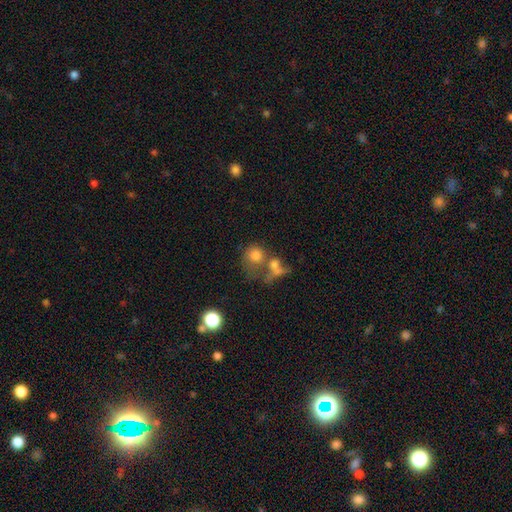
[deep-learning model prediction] Smooth or featured?
  - smooth: 69% *
  - featured or disk: 18%
  - star or artifact: 13%
How rounded?
  - round: 71% *
  - in between: 28%
  - cigar-shaped: 1%
Merging?
  - merger: 47% *
  - none: 26%
  - major disturbance: 17%
  - minor disturbance: 10%